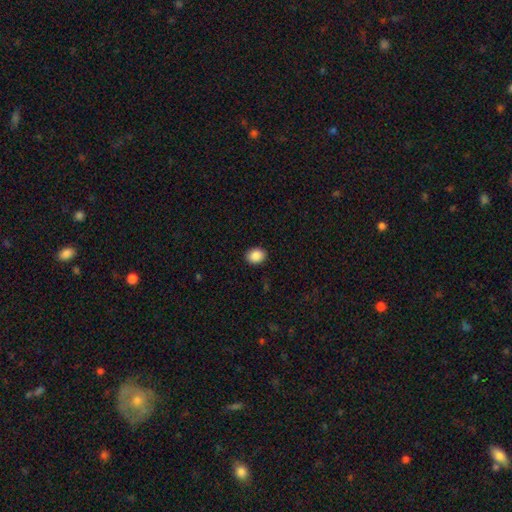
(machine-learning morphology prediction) smooth-or-featured: smooth: 89% | star or artifact: 8% | featured or disk: 3%
  how-rounded: in between: 51% | round: 49% | cigar-shaped: 1%
  merging: none: 91% | minor disturbance: 6% | major disturbance: 2% | merger: 1%